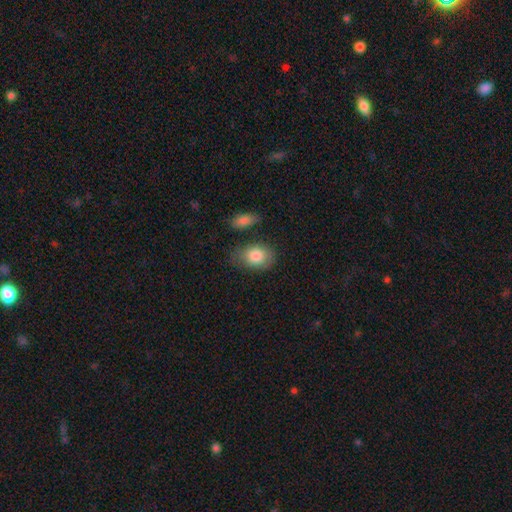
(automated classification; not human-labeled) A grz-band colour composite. It shows a smooth galaxy with no disk features (85%) that is in between round and cigar-shaped (74%). Merging: none (63%).